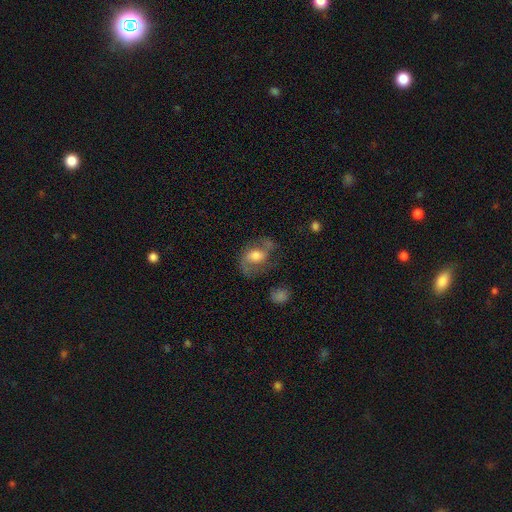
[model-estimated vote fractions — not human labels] This is likely a featured or disk galaxy (61%). It is clearly not viewed edge-on (96%). Bar: possibly no (49%). Spiral arm pattern: clearly yes (82%). Central bulge: possibly moderate (52%). Merging: possibly none (53%).